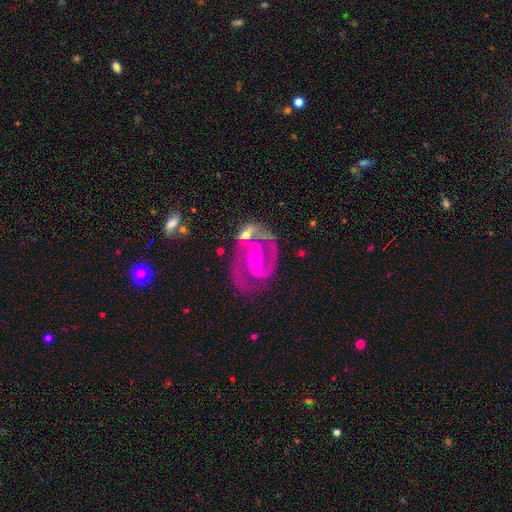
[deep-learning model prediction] Morphology: type=featured or disk (89%); edge-on=no (97%); bar=strong (54%); spiral arms=yes (95%); winding=medium (51%); arm count=2 (86%); bulge=small (64%); merging=none (62%).